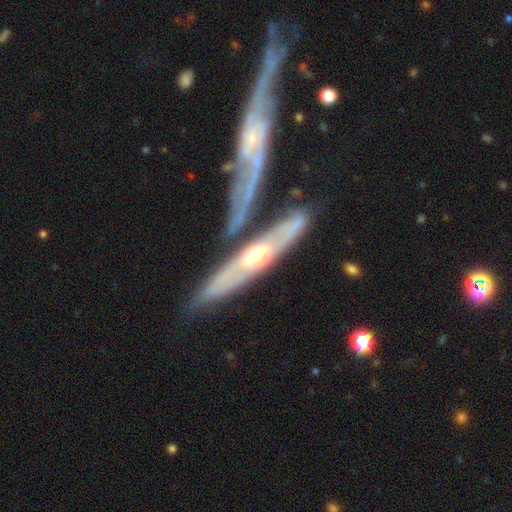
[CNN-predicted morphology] This appears to be a featured or disk galaxy (70%) viewed edge-on (63%). Merging: none (71%).